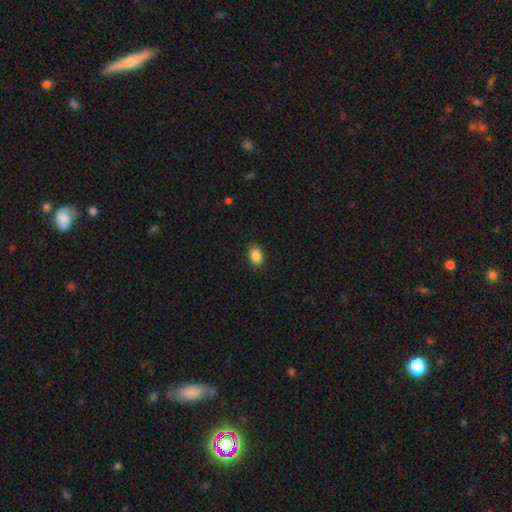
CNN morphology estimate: smooth-or-featured: smooth: 87% | star or artifact: 9% | featured or disk: 4%
  how-rounded: in between: 70% | round: 29% | cigar-shaped: 1%
  merging: none: 89% | minor disturbance: 8% | major disturbance: 2% | merger: 1%